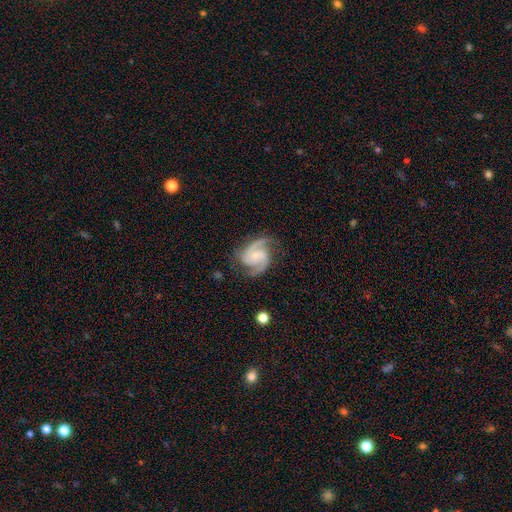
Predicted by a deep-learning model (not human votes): This is clearly a featured or disk galaxy (90%). It is clearly not viewed edge-on (98%). Bar: possibly no (52%). Spiral arm pattern: clearly yes (98%). Spiral arm count: clearly 2 (81%). Spiral winding: possibly medium (58%). Central bulge: possibly small (59%). Merging: likely none (74%).